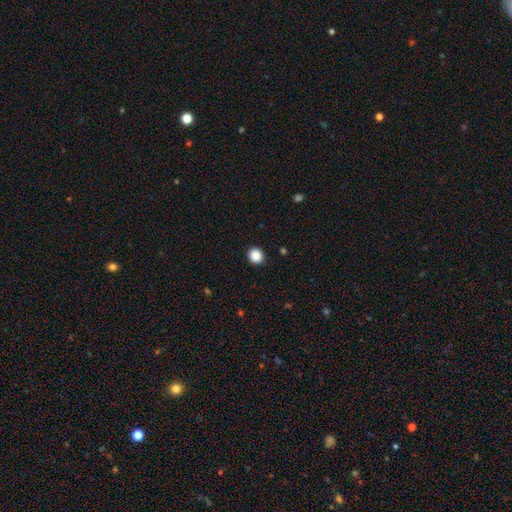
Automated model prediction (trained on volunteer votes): This appears to be a smooth galaxy with no disk features (87%) that is round (86%). Merging: none (93%).